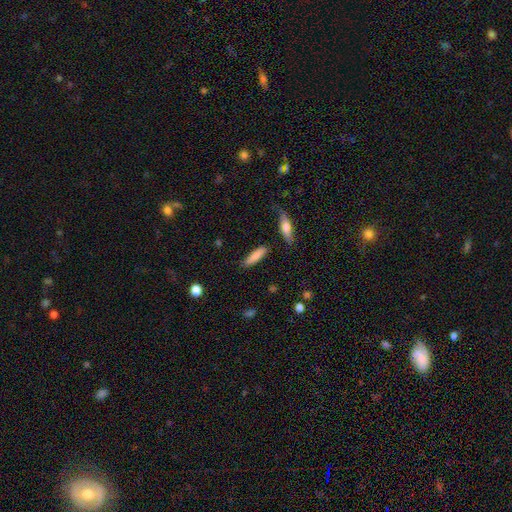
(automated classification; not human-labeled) A smooth galaxy with no disk features (82%) that is cigar-shaped (68%).

Vote fractions:
- Smooth or featured? smooth: 82% / featured or disk: 12% / star or artifact: 6%
- How rounded? cigar-shaped: 68% / in between: 30% / round: 2%
- Merging? none: 82% / minor disturbance: 12% / merger: 3% / major disturbance: 3%